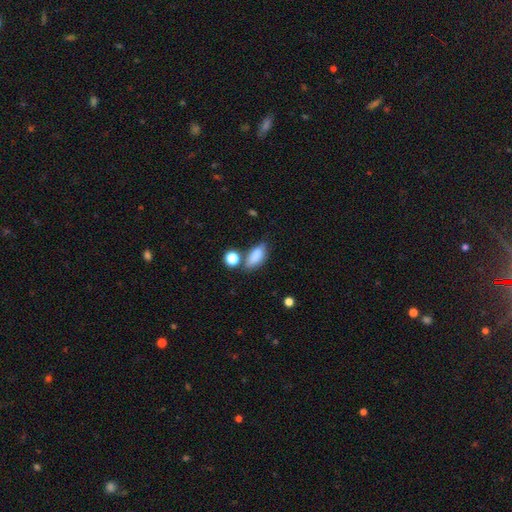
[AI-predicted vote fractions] The model was most divided on "merging": none: 54%, minor disturbance: 22%, merger: 16%, major disturbance: 8%. More confident: smooth or featured — smooth (82%); how rounded — in between (82%).